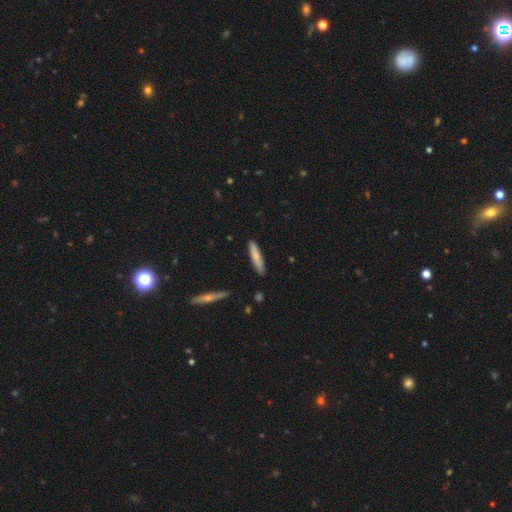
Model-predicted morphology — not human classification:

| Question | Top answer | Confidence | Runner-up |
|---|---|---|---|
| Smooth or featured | smooth | 72% | featured or disk (23%) |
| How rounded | cigar-shaped | 85% | in between (14%) |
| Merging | none | 84% | minor disturbance (12%) |